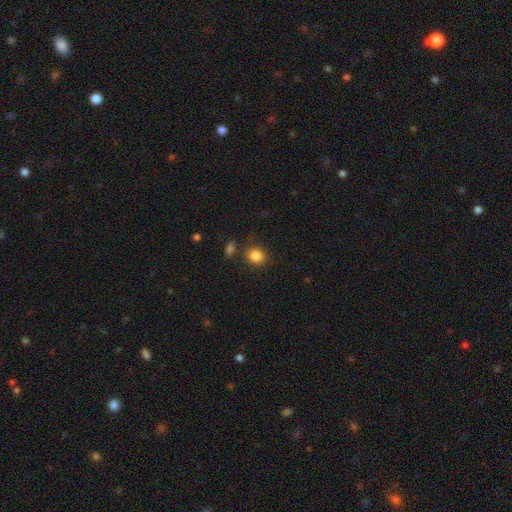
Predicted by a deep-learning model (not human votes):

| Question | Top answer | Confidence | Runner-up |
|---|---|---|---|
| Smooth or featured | smooth | 85% | star or artifact (10%) |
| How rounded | round | 73% | in between (26%) |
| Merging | none | 81% | minor disturbance (10%) |